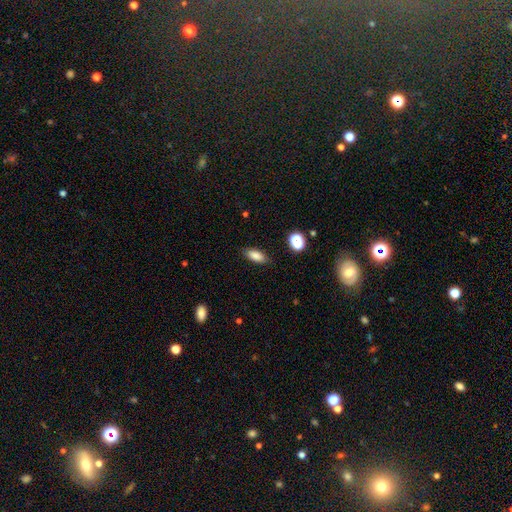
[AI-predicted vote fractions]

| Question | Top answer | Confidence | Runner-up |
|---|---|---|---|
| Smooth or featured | smooth | 85% | star or artifact (9%) |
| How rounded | in between | 83% | cigar-shaped (13%) |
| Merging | none | 85% | minor disturbance (10%) |